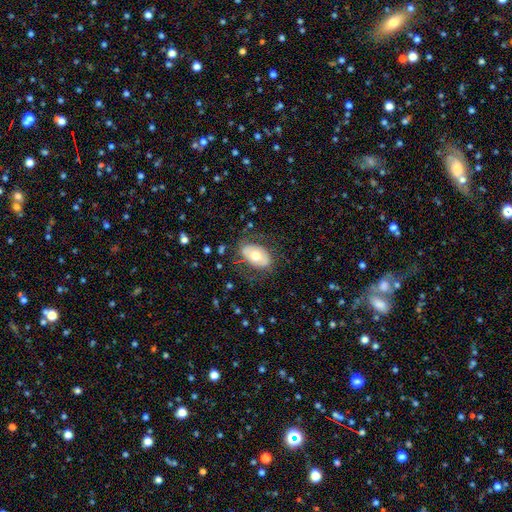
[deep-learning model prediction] Overall: smooth (58%; featured or disk 36%). How rounded: in between (90%). Merging: none (73%).